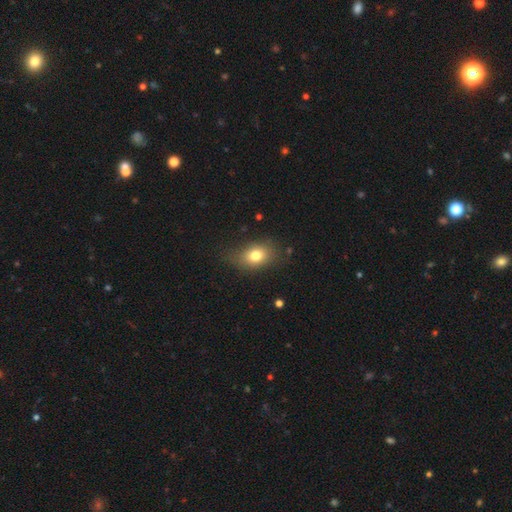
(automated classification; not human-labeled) A smooth galaxy with no disk features (77%) that is in between round and cigar-shaped (74%).

Vote fractions:
- Smooth or featured? smooth: 77% / featured or disk: 13% / star or artifact: 10%
- How rounded? in between: 74% / round: 24% / cigar-shaped: 2%
- Merging? none: 72% / minor disturbance: 20% / major disturbance: 6% / merger: 2%